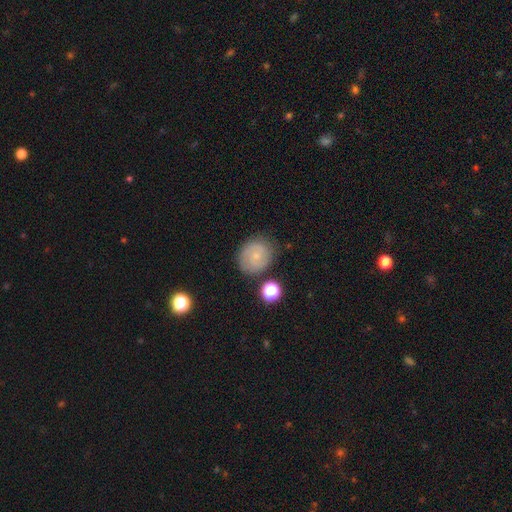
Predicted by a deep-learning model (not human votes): This appears to be a smooth galaxy with no disk features (51%) that is round (77%). Merging: none (76%).